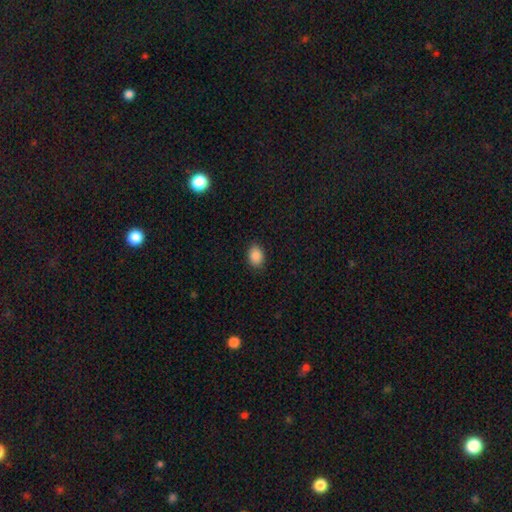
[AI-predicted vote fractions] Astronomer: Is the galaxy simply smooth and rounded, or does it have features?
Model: smooth — 89%.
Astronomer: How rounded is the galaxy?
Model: in between — 78%.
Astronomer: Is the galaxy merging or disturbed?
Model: none — 87%.